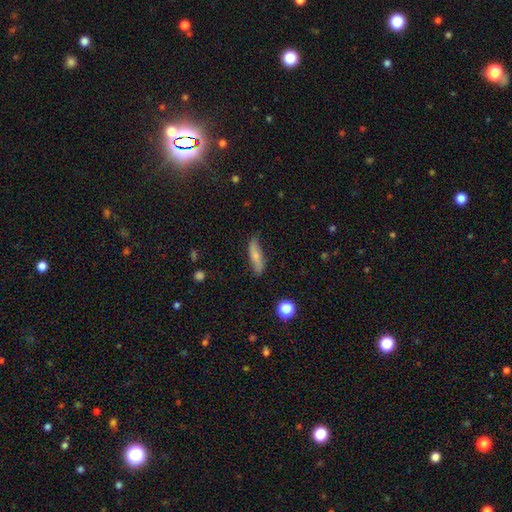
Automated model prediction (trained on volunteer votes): smooth 63%, featured or disk 30%, star or artifact 7%. Down the decision tree: how rounded — cigar-shaped (63%); merging — none (76%).